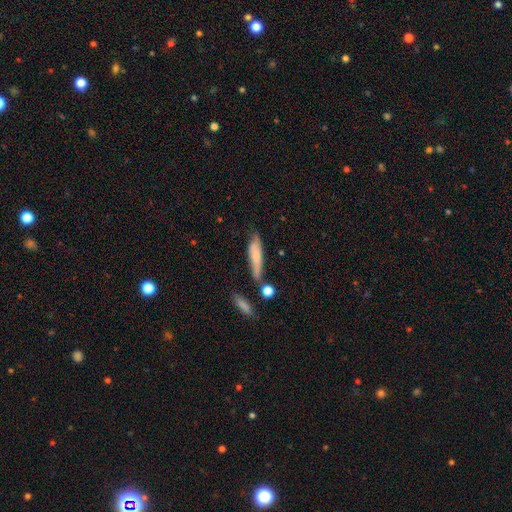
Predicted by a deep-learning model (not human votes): A smooth galaxy with no disk features (65%) that is cigar-shaped (77%). Merging: none (60%).